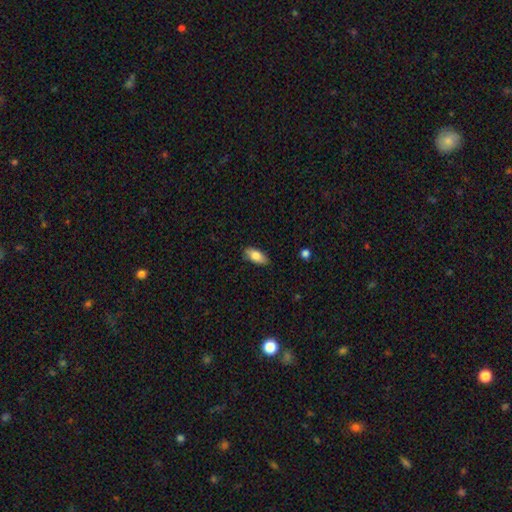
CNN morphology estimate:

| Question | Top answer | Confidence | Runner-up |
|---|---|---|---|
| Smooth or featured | smooth | 82% | featured or disk (11%) |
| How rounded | in between | 87% | cigar-shaped (10%) |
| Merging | none | 85% | minor disturbance (12%) |